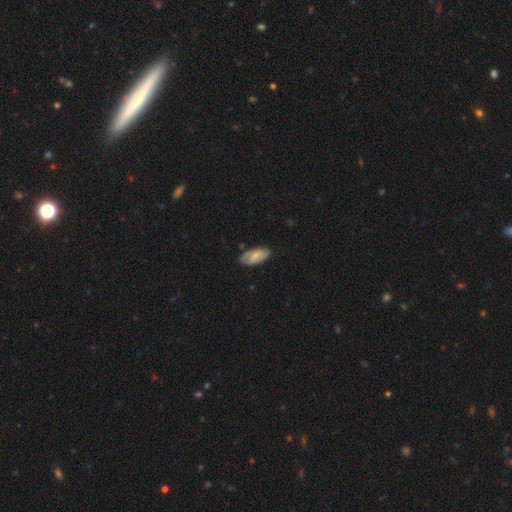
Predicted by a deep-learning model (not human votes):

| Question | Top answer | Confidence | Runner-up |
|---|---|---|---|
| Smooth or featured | smooth | 65% | featured or disk (29%) |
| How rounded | in between | 91% | cigar-shaped (7%) |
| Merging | none | 74% | minor disturbance (21%) |